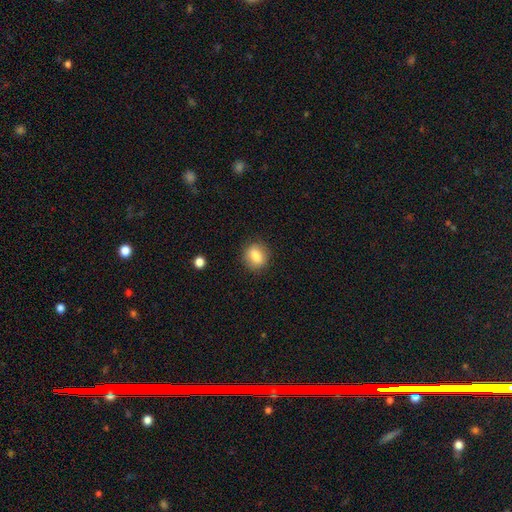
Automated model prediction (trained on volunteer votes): Morphology: type=smooth (82%); roundness=round (70%); merging=none (86%).